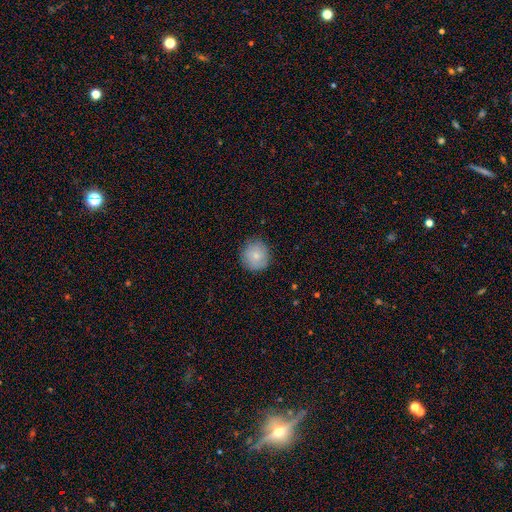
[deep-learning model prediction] smooth_or_featured: smooth (p=0.81) [alt: featured or disk p=0.11]
how_rounded: round (p=0.92) [alt: in between p=0.07]
merging: none (p=0.86) [alt: minor disturbance p=0.11]